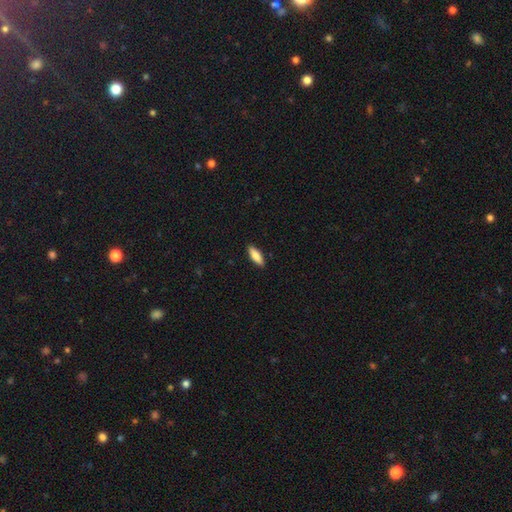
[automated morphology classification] Overall: smooth (82%). How rounded: in between (59%; cigar-shaped 40%). Merging: none (90%).